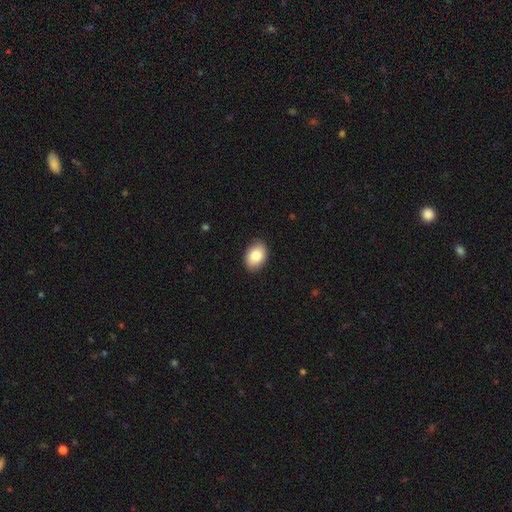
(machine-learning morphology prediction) smooth-or-featured: smooth: 82% | featured or disk: 11% | star or artifact: 7%
  how-rounded: in between: 82% | round: 17% | cigar-shaped: 1%
  merging: none: 89% | minor disturbance: 9% | major disturbance: 2% | merger: 1%